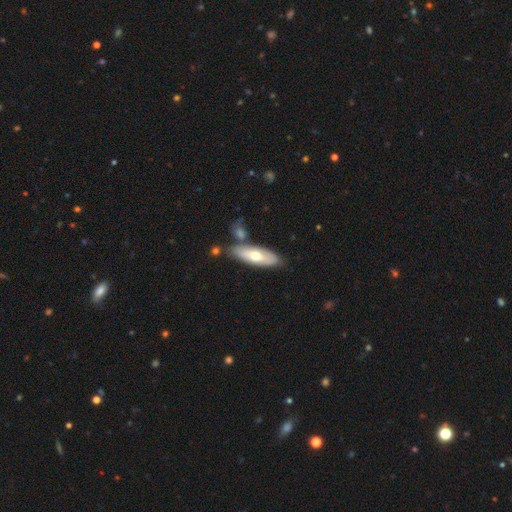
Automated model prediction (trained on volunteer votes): Smooth or featured? Predicted: smooth (p=0.55). How rounded? Predicted: in between (p=0.59). Merging? Predicted: none (p=0.70).